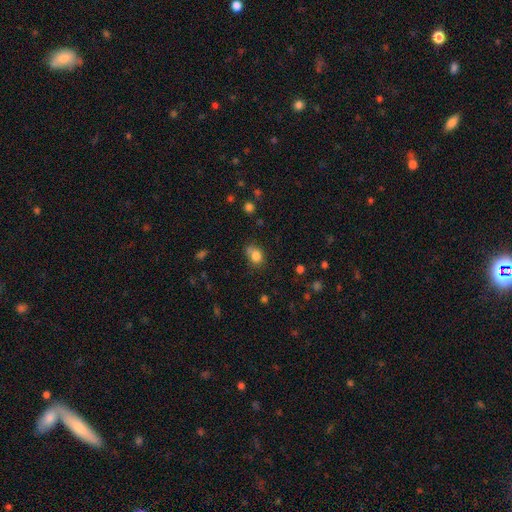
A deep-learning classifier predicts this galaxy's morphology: This is clearly a smooth galaxy (81%). How rounded: possibly in between (52%). Merging: possibly none (57%).